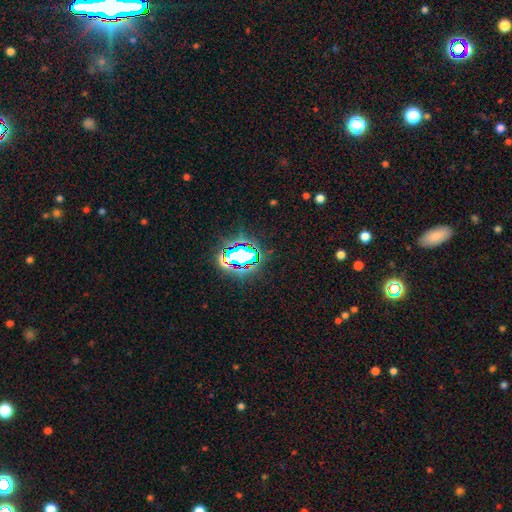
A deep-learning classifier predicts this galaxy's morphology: Smooth or featured? star or artifact (81%)